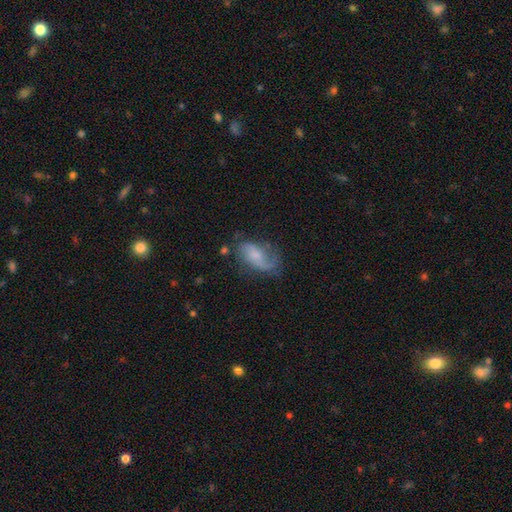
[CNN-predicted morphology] Overall: featured or disk (60%; smooth 31%). Edge-on disk: no (95%). Bar: no (59%; weak 34%). Spiral arms: yes (87%). Spiral arm count: 2 (48%; 1 41%). Spiral winding: loose (48%; medium 37%). Bulge size: small (36%; moderate 27%). Merging: none (51%; minor disturbance 25%).